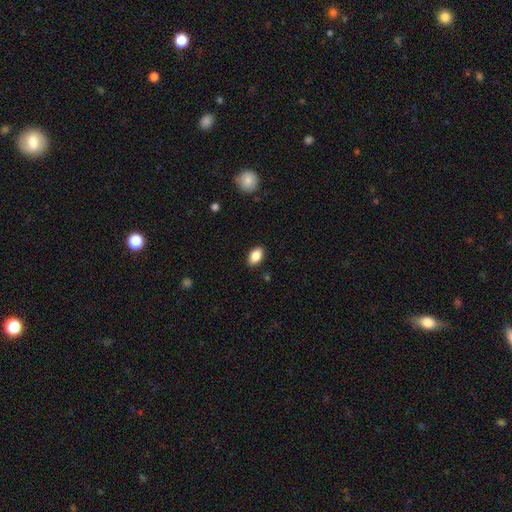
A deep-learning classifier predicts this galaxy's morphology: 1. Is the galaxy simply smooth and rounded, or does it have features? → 86% smooth, 8% star or artifact, 6% featured or disk.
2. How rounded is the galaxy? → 91% in between, 7% round, 2% cigar-shaped.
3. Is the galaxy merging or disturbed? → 88% none, 9% minor disturbance, 2% major disturbance, 1% merger.